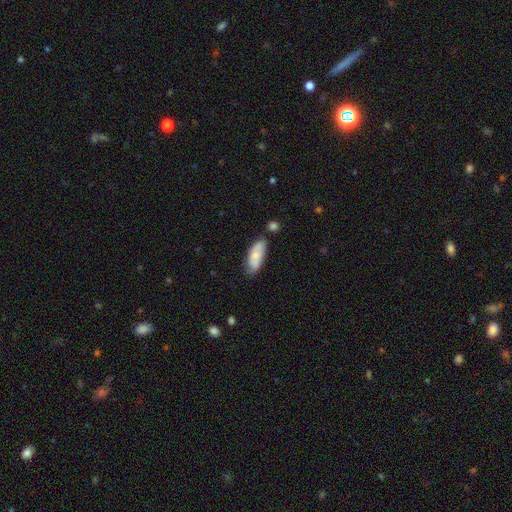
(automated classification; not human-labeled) A smooth galaxy with no disk features (73%) that is in between round and cigar-shaped (77%).

Vote fractions:
- Smooth or featured? smooth: 73% / featured or disk: 20% / star or artifact: 6%
- How rounded? in between: 77% / cigar-shaped: 21% / round: 2%
- Merging? none: 60% / minor disturbance: 26% / merger: 8% / major disturbance: 6%